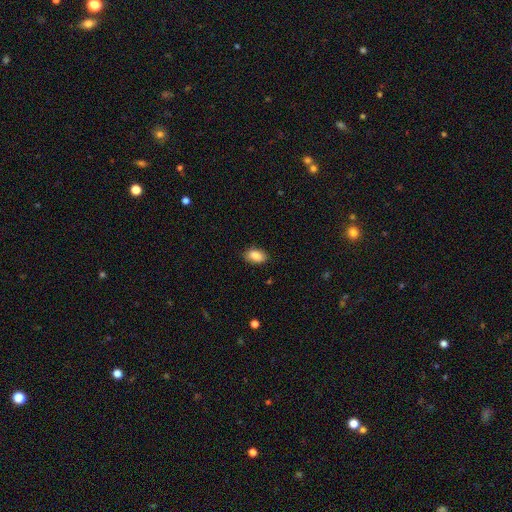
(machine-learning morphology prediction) Q: Smooth or featured?
A: smooth (87%); runner-up: star or artifact (7%)
Q: How rounded?
A: in between (91%); runner-up: round (7%)
Q: Merging?
A: none (84%); runner-up: minor disturbance (12%)